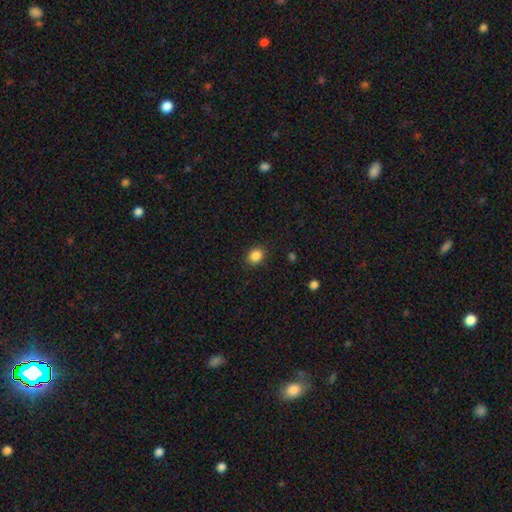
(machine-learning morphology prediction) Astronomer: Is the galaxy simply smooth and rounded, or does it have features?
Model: smooth — 86%.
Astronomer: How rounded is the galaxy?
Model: round — 60% (runner-up: in between, 39%).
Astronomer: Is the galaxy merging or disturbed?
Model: none — 89%.